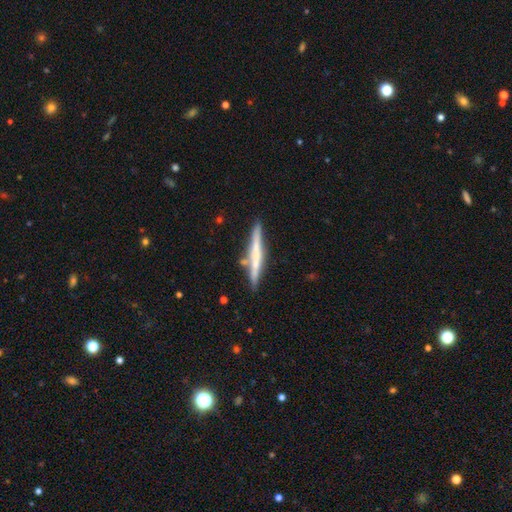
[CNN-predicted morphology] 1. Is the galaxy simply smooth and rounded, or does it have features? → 54% featured or disk, 40% smooth, 6% star or artifact.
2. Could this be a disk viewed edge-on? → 97% yes, 3% no.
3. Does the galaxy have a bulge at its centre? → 61% none, 28% rounded, 11% boxy.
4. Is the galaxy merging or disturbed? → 81% none, 11% minor disturbance, 6% merger, 2% major disturbance.